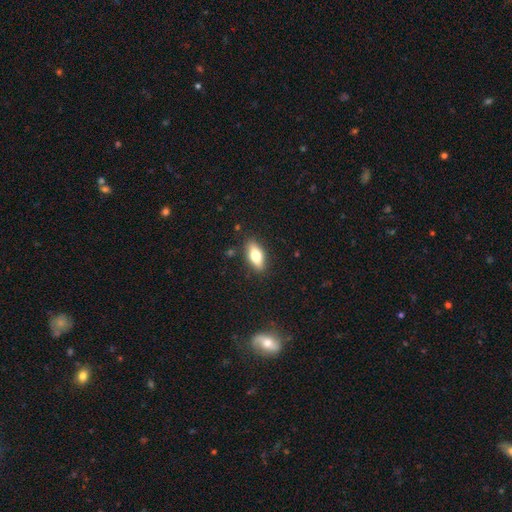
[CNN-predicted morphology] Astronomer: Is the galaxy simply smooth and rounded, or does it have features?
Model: smooth — 69%.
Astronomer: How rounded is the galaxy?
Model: in between — 80%.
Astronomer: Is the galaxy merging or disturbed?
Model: none — 86%.